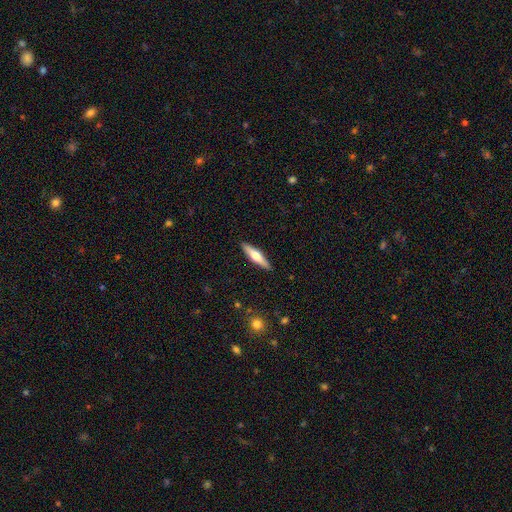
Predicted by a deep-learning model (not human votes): Smooth or featured?
  - featured or disk: 48% *
  - smooth: 47%
  - star or artifact: 5%
Merging?
  - none: 90% *
  - minor disturbance: 7%
  - major disturbance: 2%
  - merger: 1%